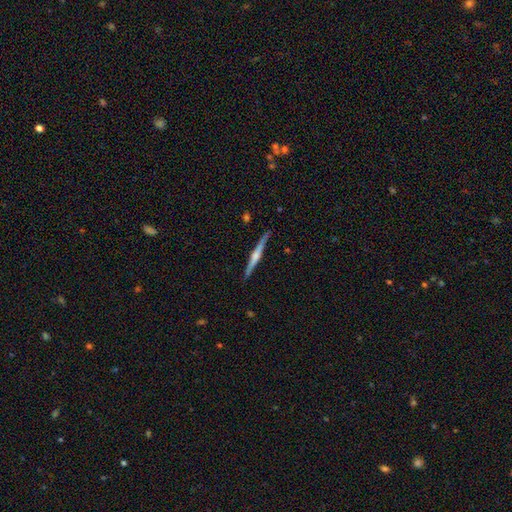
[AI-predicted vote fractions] A featured or disk galaxy (70%) viewed edge-on (98%) with a rounded central bulge (72%). Merging: none (89%).